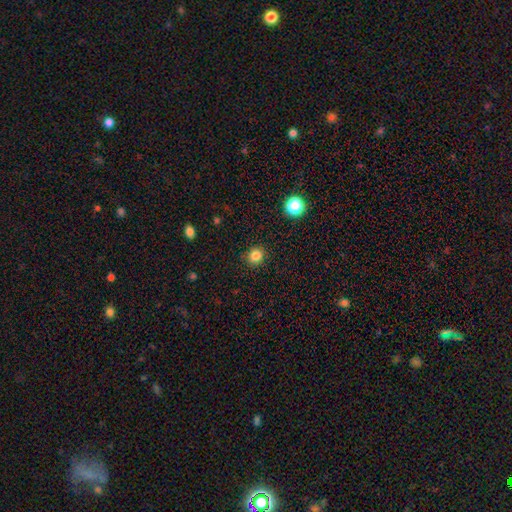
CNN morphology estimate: Overall: smooth (83%). How rounded: round (83%). Merging: none (90%).